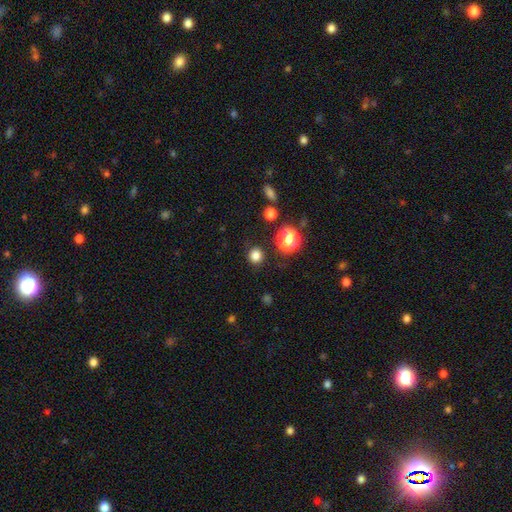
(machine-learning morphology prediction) smooth 81%, star or artifact 15%, featured or disk 4%. Down the decision tree: how rounded — round (92%); merging — none (90%).